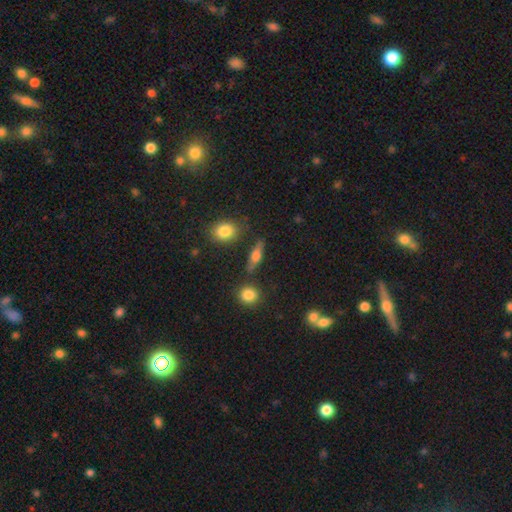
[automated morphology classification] This is possibly a smooth galaxy (51%). How rounded: possibly in between (48%). Merging: likely none (79%).